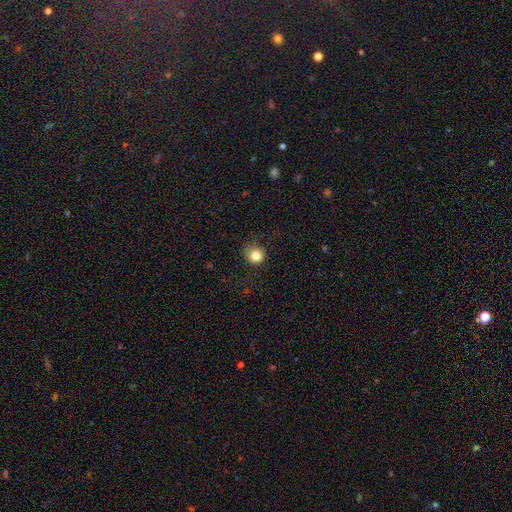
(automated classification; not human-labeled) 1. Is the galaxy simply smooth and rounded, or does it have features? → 83% smooth, 12% star or artifact, 6% featured or disk.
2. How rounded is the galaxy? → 89% round, 10% in between, 1% cigar-shaped.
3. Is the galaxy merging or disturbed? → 73% none, 19% minor disturbance, 6% major disturbance, 1% merger.